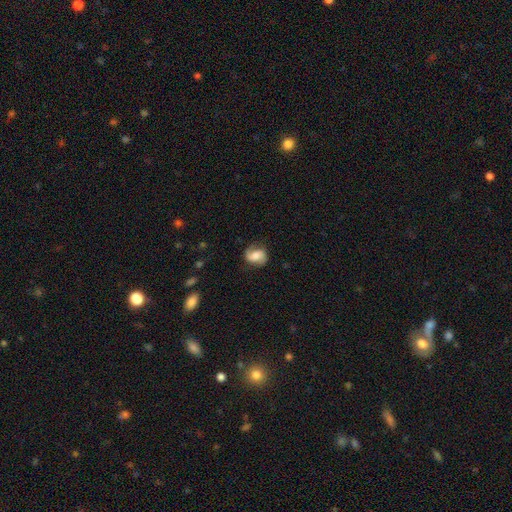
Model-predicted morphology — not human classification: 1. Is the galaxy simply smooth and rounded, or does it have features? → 60% featured or disk, 31% smooth, 8% star or artifact.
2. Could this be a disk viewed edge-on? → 98% no, 2% yes.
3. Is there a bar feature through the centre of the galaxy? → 49% no, 39% weak, 13% strong.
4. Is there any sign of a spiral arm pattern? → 93% yes, 7% no.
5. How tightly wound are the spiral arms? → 43% medium, 37% loose, 20% tight.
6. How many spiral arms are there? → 83% 2, 9% 1, 5% can't tell, 1% 3, 1% 4, 1% more than 4.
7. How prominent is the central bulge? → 38% moderate, 23% small, 20% large, 15% none, 4% dominant.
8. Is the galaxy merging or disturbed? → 73% none, 18% minor disturbance, 7% major disturbance, 1% merger.